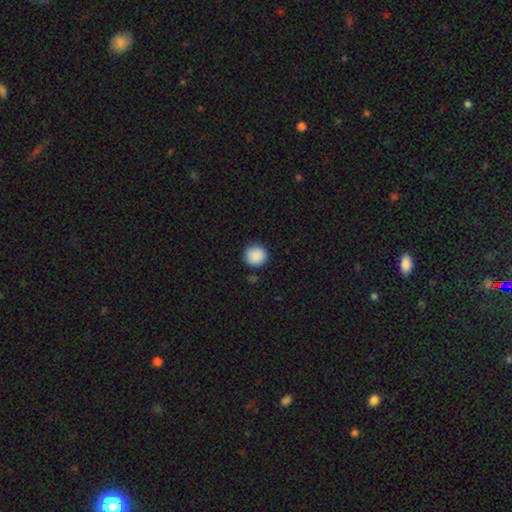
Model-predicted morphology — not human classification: Overall: smooth (89%). How rounded: round (95%). Merging: none (89%).